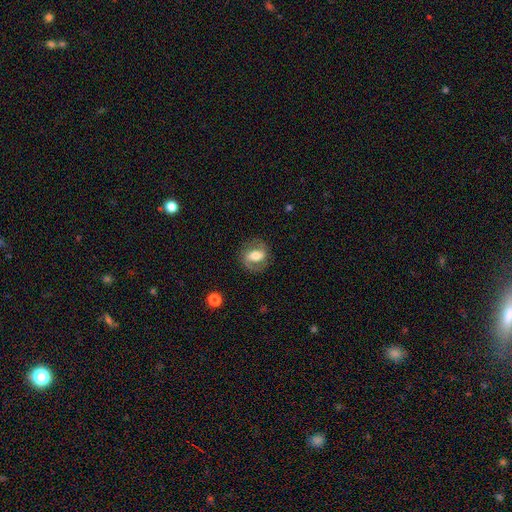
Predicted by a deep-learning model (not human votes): smooth-or-featured: featured or disk: 63% | smooth: 29% | star or artifact: 8%
  disk-edge-on: no: 95% | yes: 5%
    bar: weak: 39% | strong: 38% | no: 23%
    has-spiral-arms: yes: 83% | no: 17%
    bulge-size: moderate: 58% | large: 22% | small: 15% | dominant: 3% | none: 2%
  merging: none: 78% | minor disturbance: 13% | major disturbance: 7% | merger: 1%